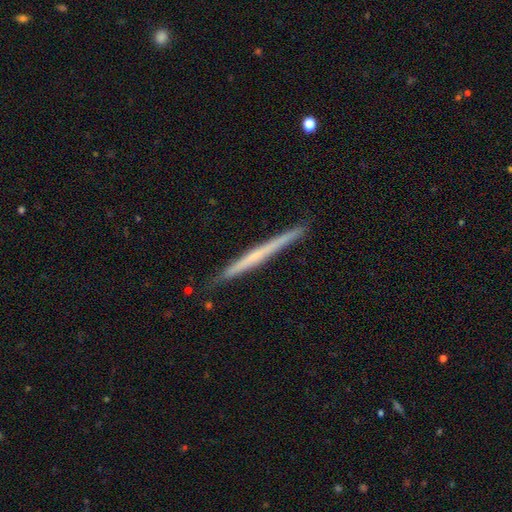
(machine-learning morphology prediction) type=featured or disk (57%); edge-on=yes (98%); edge-on bulge=none (78%); merging=none (89%).